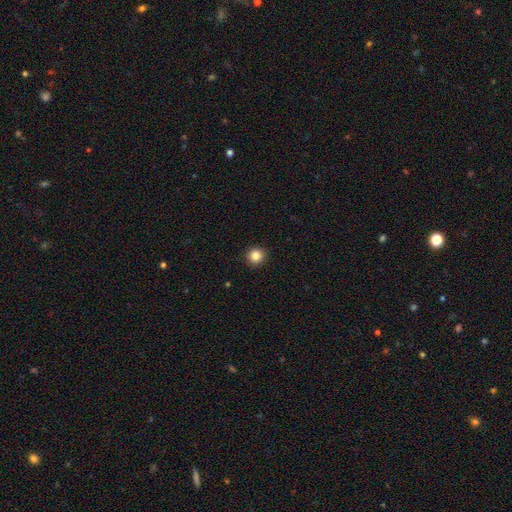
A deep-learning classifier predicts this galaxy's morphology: A smooth galaxy with no disk features (84%) that is round (93%).

Vote fractions:
- Smooth or featured? smooth: 84% / star or artifact: 11% / featured or disk: 5%
- How rounded? round: 93% / in between: 6% / cigar-shaped: 1%
- Merging? none: 93% / minor disturbance: 5% / major disturbance: 2% / merger: 1%